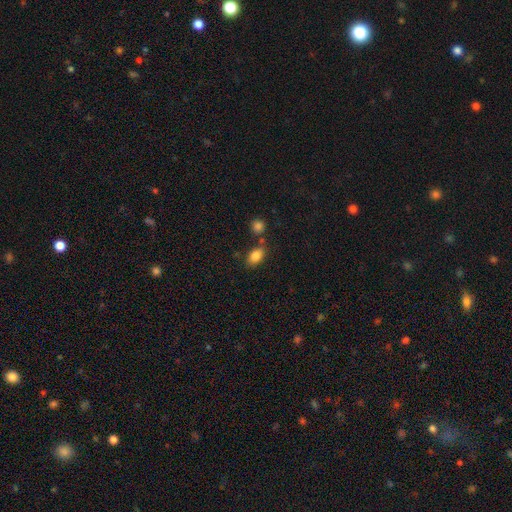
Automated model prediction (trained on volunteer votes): smooth-or-featured: smooth: 84% | star or artifact: 9% | featured or disk: 7%
  how-rounded: in between: 86% | round: 12% | cigar-shaped: 3%
  merging: none: 70% | merger: 13% | minor disturbance: 13% | major disturbance: 4%